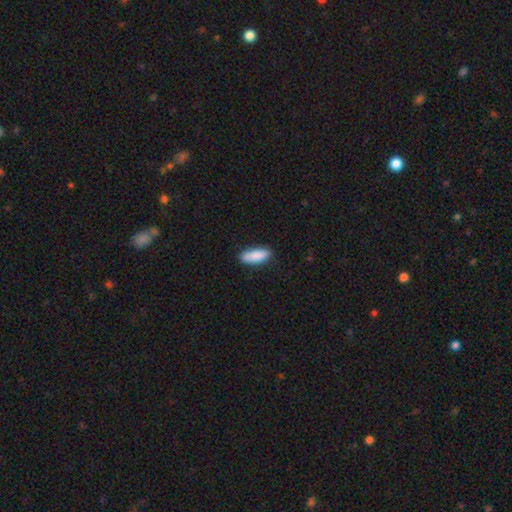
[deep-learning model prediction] Smooth or featured? smooth (89%)
How rounded? in between (66%)
Merging? none (86%)